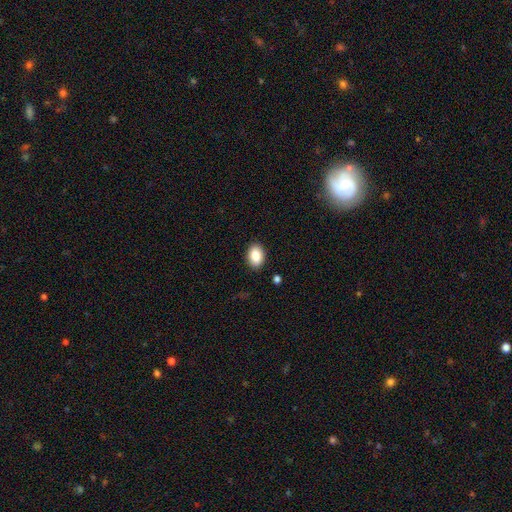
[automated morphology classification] Q: Smooth or featured?
A: smooth (86%); runner-up: star or artifact (8%)
Q: How rounded?
A: in between (84%); runner-up: round (15%)
Q: Merging?
A: none (89%); runner-up: minor disturbance (8%)